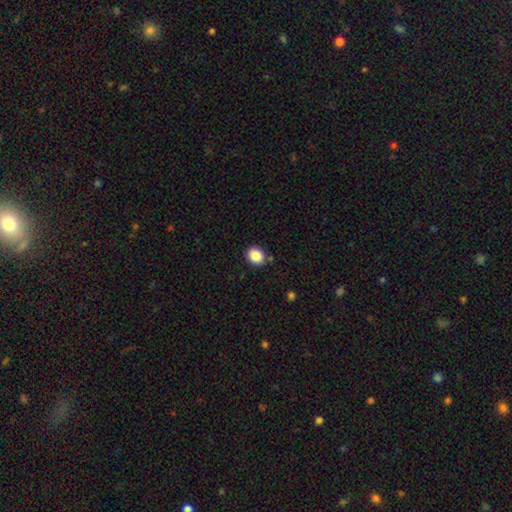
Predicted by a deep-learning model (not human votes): smooth-or-featured: smooth: 87% | star or artifact: 9% | featured or disk: 4%
  how-rounded: round: 56% | in between: 44% | cigar-shaped: 1%
  merging: none: 85% | minor disturbance: 10% | merger: 3% | major disturbance: 2%